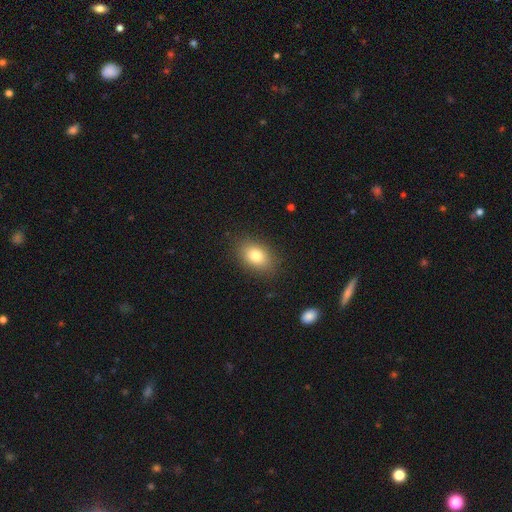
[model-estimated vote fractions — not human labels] This is clearly a smooth galaxy (80%). How rounded: clearly in between (81%). Merging: clearly none (86%).